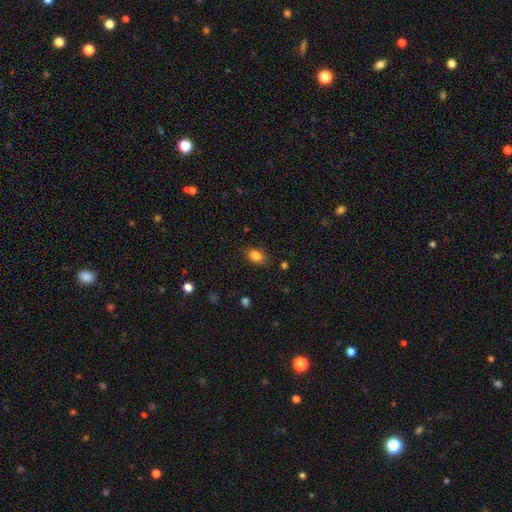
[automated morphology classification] Overall: smooth (83%). How rounded: in between (77%). Merging: none (82%).